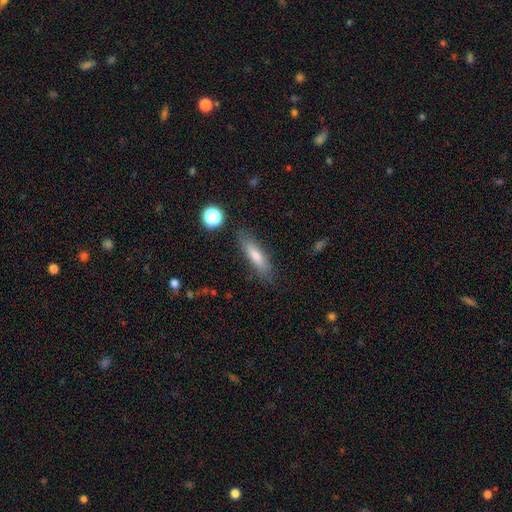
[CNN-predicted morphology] A smooth galaxy with no disk features (68%) that is cigar-shaped (74%).

Vote fractions:
- Smooth or featured? smooth: 68% / featured or disk: 24% / star or artifact: 8%
- How rounded? cigar-shaped: 74% / in between: 24% / round: 2%
- Merging? none: 83% / minor disturbance: 12% / major disturbance: 3% / merger: 2%